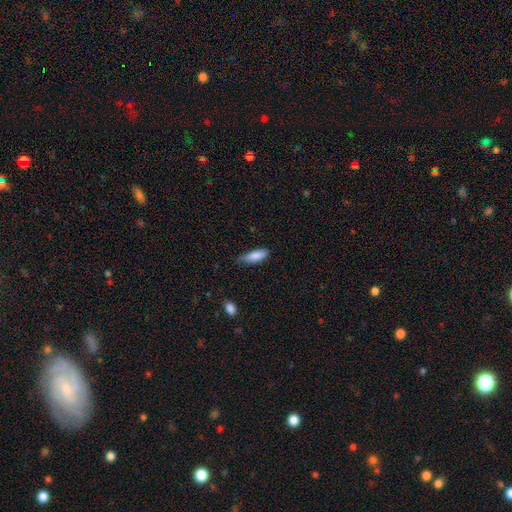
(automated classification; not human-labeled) Smooth or featured: smooth — 84% (featured or disk — 10%)
How rounded: in between — 62% (cigar-shaped — 37%)
Merging: none — 67% (minor disturbance — 27%)